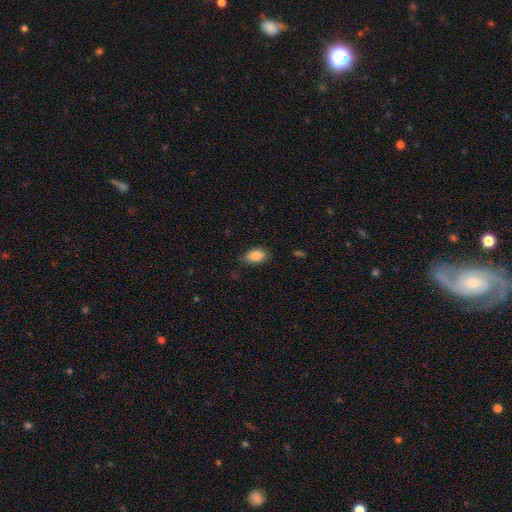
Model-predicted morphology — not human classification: A smooth galaxy with no disk features (86%) that is in between round and cigar-shaped (89%).

Vote fractions:
- Smooth or featured? smooth: 86% / star or artifact: 8% / featured or disk: 6%
- How rounded? in between: 89% / round: 9% / cigar-shaped: 2%
- Merging? none: 75% / minor disturbance: 20% / major disturbance: 4% / merger: 1%